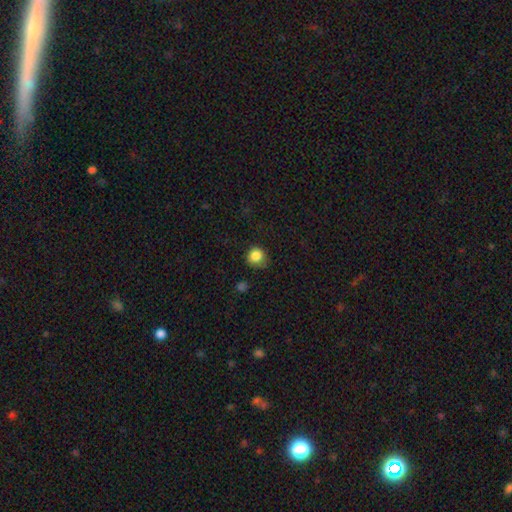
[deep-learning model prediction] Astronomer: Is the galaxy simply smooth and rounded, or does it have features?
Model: smooth — 85%.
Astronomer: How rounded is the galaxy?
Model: round — 87%.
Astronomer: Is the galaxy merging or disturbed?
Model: none — 70%.